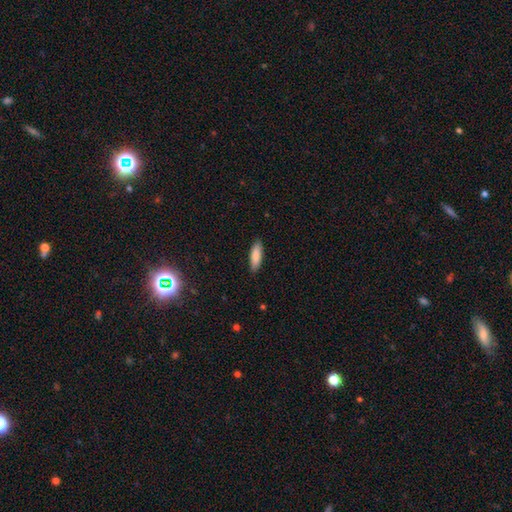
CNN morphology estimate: Smooth or featured? Predicted: smooth (p=0.85). How rounded? Predicted: in between (p=0.51). Merging? Predicted: none (p=0.88).